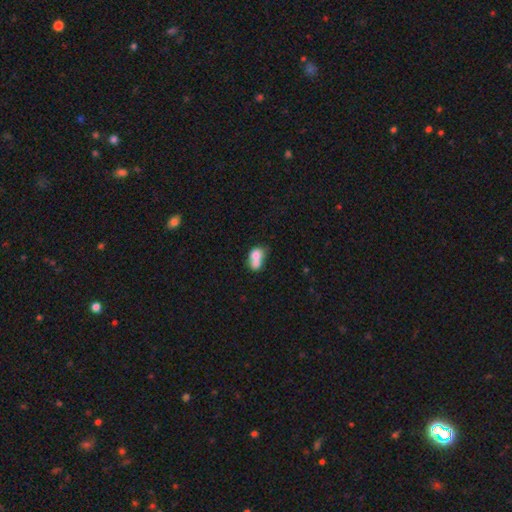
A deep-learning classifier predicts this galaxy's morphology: The model was most divided on "how rounded": in between: 59%, round: 39%, cigar-shaped: 1%. More confident: smooth or featured — smooth (71%); merging — merger (70%).